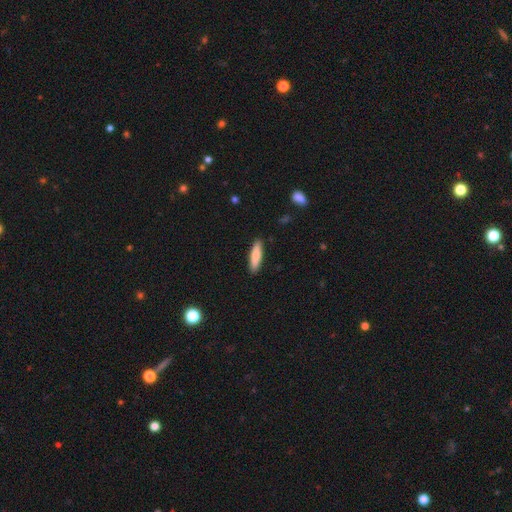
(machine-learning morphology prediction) smooth_or_featured: smooth (p=0.80) [alt: featured or disk p=0.14]
how_rounded: cigar-shaped (p=0.73) [alt: in between p=0.26]
merging: none (p=0.90) [alt: minor disturbance p=0.08]